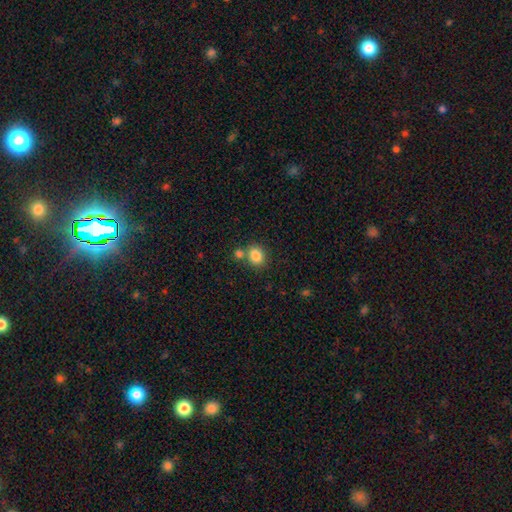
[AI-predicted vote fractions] The model was most divided on "how rounded": round: 60%, in between: 39%, cigar-shaped: 1%. More confident: smooth or featured — smooth (84%); merging — none (63%).